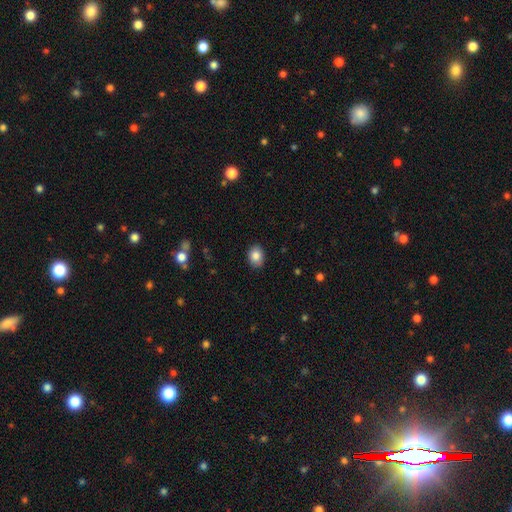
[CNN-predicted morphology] A smooth galaxy with no disk features (84%) that is in between round and cigar-shaped (57%). Merging: none (87%).